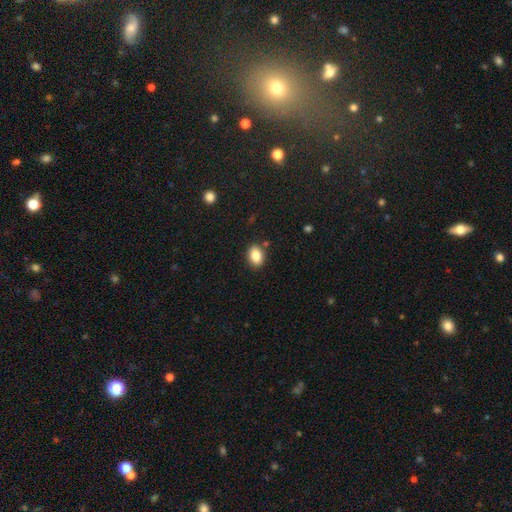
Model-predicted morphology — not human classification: This appears to be a smooth galaxy with no disk features (85%) that is in between round and cigar-shaped (77%). Merging: none (85%).